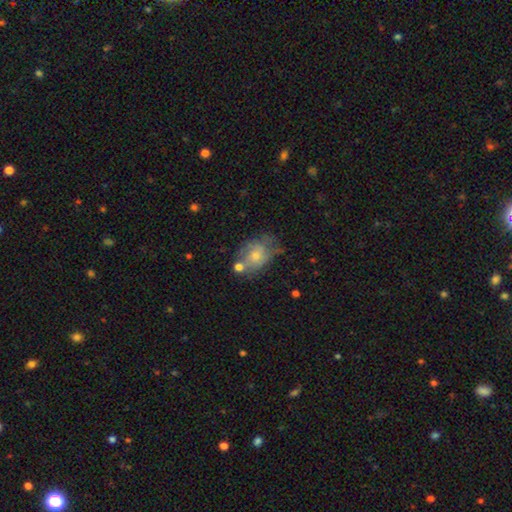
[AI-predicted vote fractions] smooth-or-featured: featured or disk: 47% | smooth: 45% | star or artifact: 8%
  merging: none: 37% | minor disturbance: 28% | major disturbance: 19% | merger: 16%